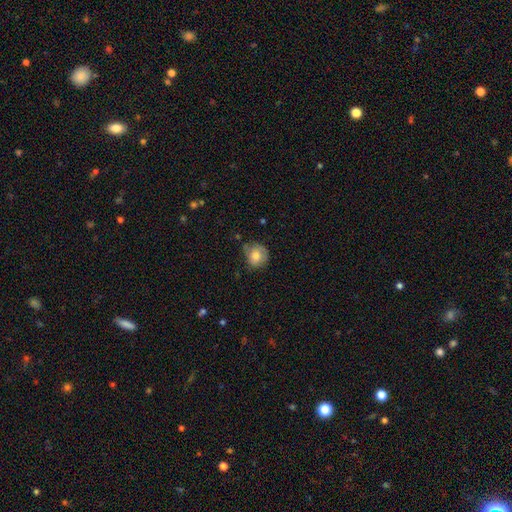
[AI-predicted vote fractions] Smooth or featured: smooth — 70% (featured or disk — 22%)
How rounded: round — 77% (in between — 22%)
Merging: none — 59% (minor disturbance — 30%)